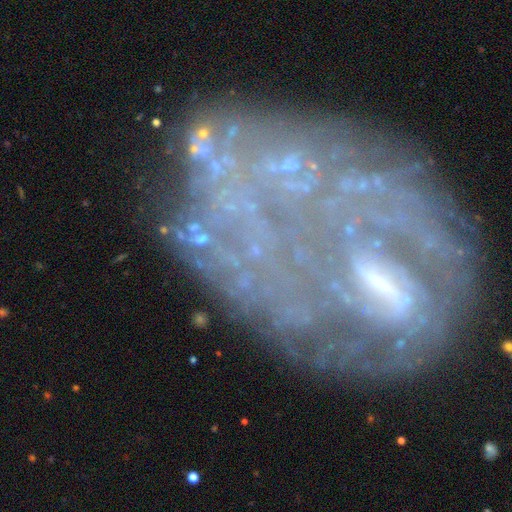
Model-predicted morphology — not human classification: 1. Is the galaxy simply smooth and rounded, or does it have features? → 68% featured or disk, 19% star or artifact, 12% smooth.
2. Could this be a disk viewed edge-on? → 92% no, 8% yes.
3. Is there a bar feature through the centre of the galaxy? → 37% no, 33% weak, 31% strong.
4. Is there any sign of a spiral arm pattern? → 70% yes, 30% no.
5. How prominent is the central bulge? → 46% small, 25% none, 22% moderate, 4% large, 3% dominant.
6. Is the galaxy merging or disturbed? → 57% none, 20% minor disturbance, 17% major disturbance, 6% merger.